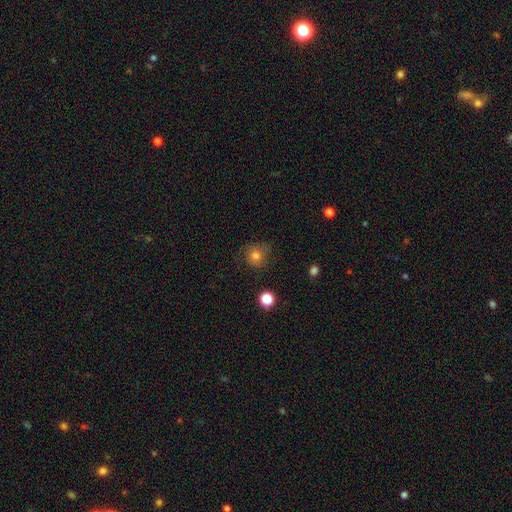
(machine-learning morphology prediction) Smooth or featured? Predicted: smooth (p=0.78). How rounded? Predicted: round (p=0.85). Merging? Predicted: none (p=0.71).